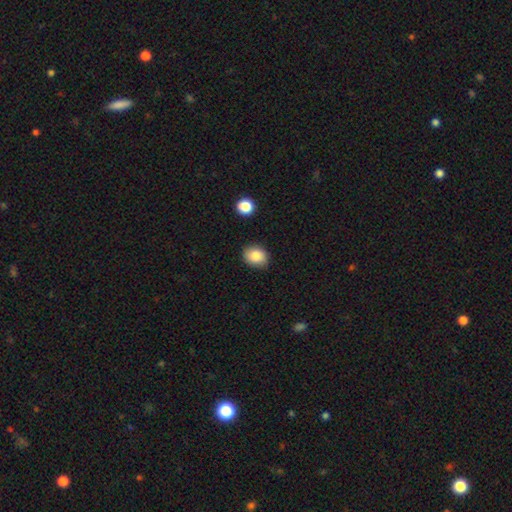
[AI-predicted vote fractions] Morphology: type=smooth (84%); roundness=round (52%); merging=none (85%).